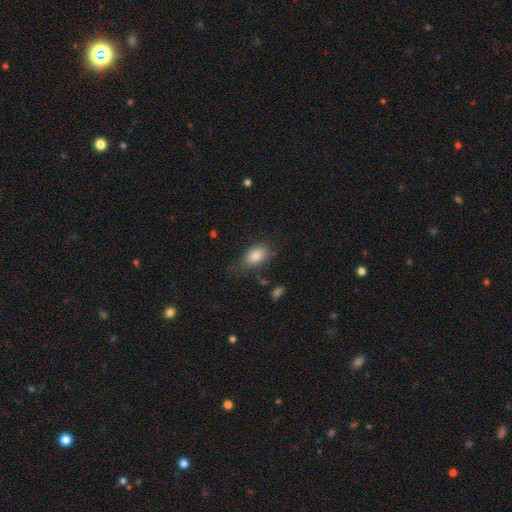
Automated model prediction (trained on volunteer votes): A smooth galaxy with no disk features (84%) that is in between round and cigar-shaped (90%). Merging: none (69%).